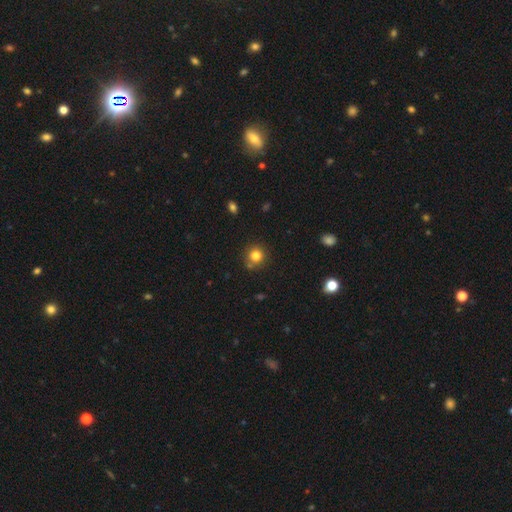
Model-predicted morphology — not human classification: This is clearly a smooth galaxy (81%). How rounded: clearly round (90%). Merging: likely none (79%).